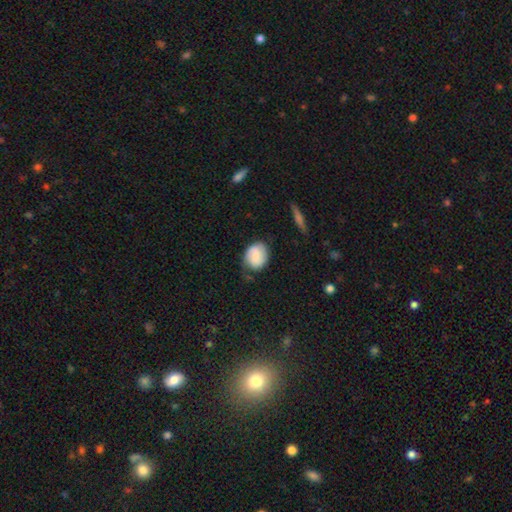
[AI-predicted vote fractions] A smooth galaxy with no disk features (65%) that is round (50%). Merging: none (65%).